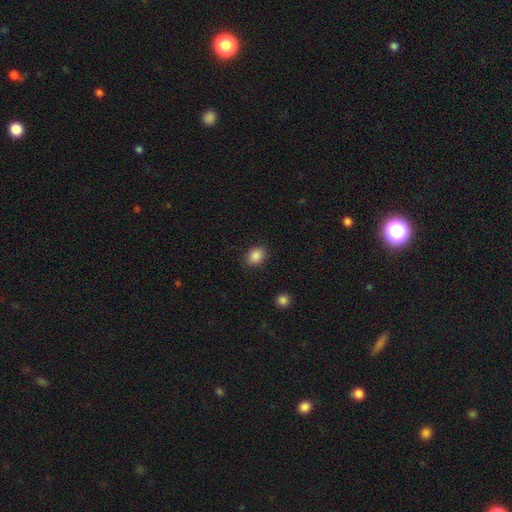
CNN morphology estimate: A smooth galaxy with no disk features (87%) that is in between round and cigar-shaped (62%). Merging: none (87%).